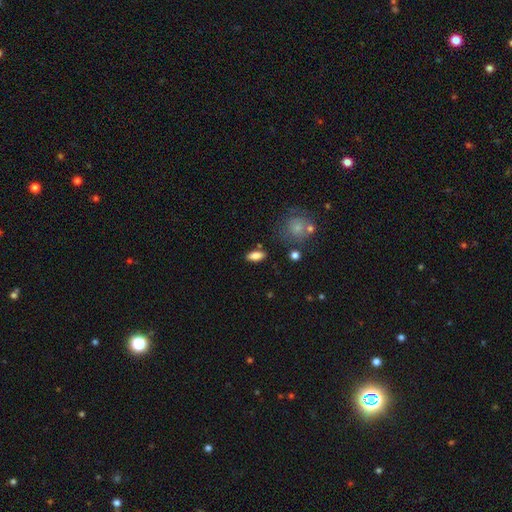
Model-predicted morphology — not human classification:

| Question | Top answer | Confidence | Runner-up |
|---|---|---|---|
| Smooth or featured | smooth | 81% | featured or disk (11%) |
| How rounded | in between | 80% | cigar-shaped (16%) |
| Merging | none | 85% | minor disturbance (10%) |